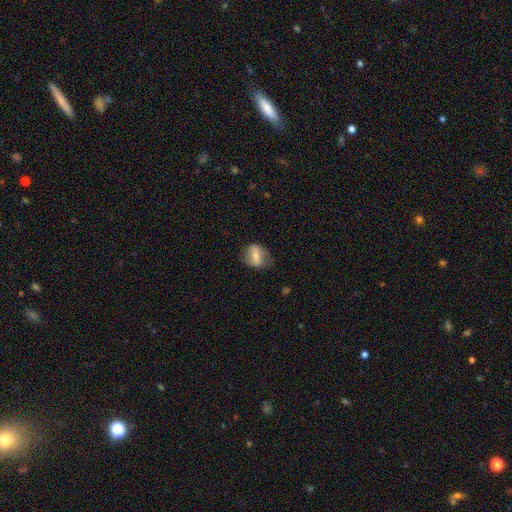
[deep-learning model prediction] This is possibly a smooth galaxy (56%). How rounded: likely in between (64%). Merging: likely none (68%).